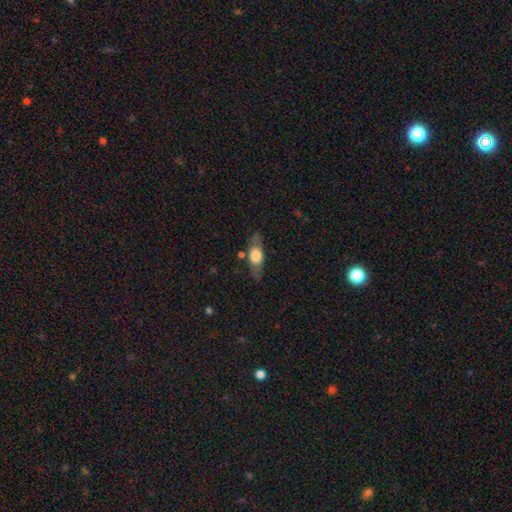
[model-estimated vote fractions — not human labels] smooth_or_featured: smooth (p=0.51) [alt: featured or disk p=0.43]
how_rounded: in between (p=0.58) [alt: cigar-shaped p=0.34]
merging: none (p=0.76) [alt: minor disturbance p=0.16]